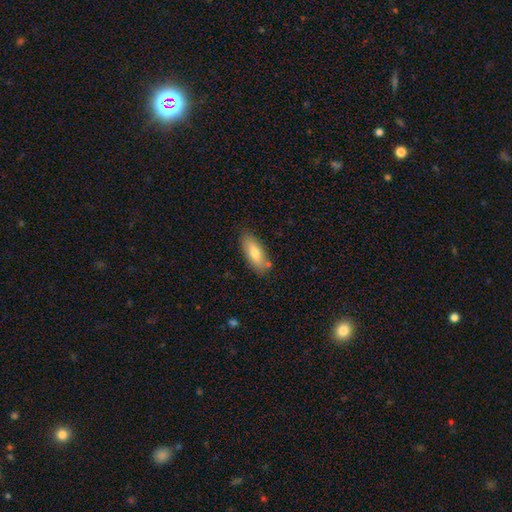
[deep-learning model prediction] smooth 73%, featured or disk 20%, star or artifact 6%. Down the decision tree: how rounded — in between (76%); merging — none (79%).